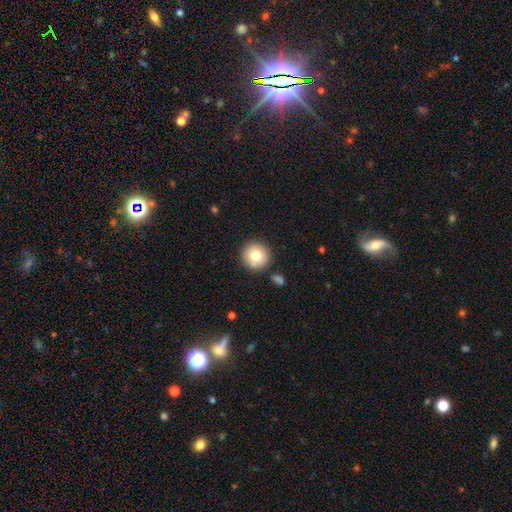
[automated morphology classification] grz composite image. It shows a smooth galaxy with no disk features (77%) that is round (96%). Merging: none (86%).